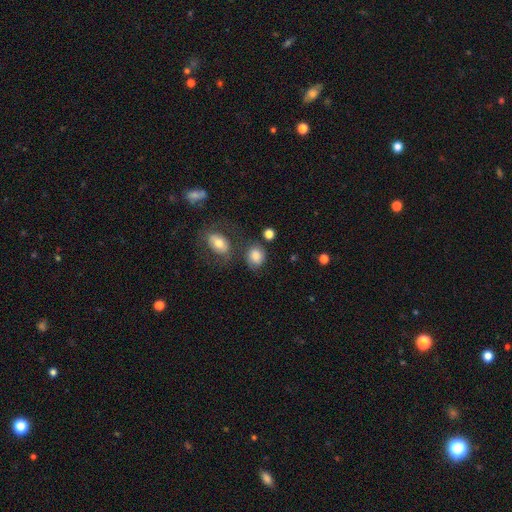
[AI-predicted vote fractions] Smooth or featured? Predicted: smooth (p=0.79). How rounded? Predicted: in between (p=0.50). Merging? Predicted: none (p=0.61).